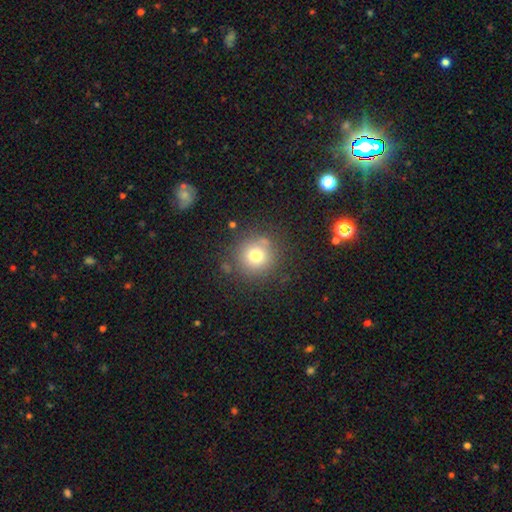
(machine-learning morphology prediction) smooth 73%, star or artifact 15%, featured or disk 12%. Down the decision tree: how rounded — round (93%); merging — none (82%).